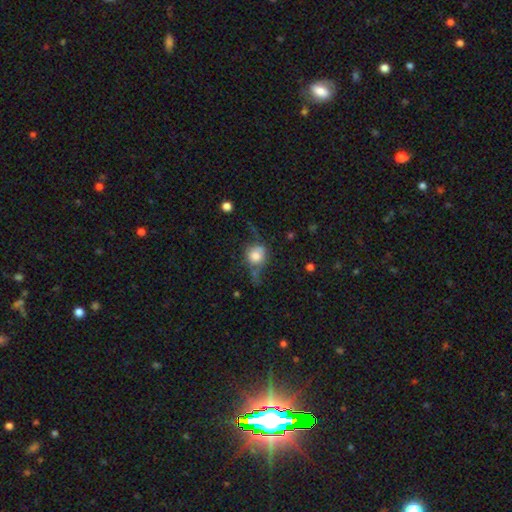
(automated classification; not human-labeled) Smooth or featured?
  - smooth: 65% *
  - featured or disk: 25%
  - star or artifact: 10%
How rounded?
  - round: 79% *
  - in between: 19%
  - cigar-shaped: 2%
Merging?
  - none: 44% *
  - minor disturbance: 26%
  - major disturbance: 24%
  - merger: 6%